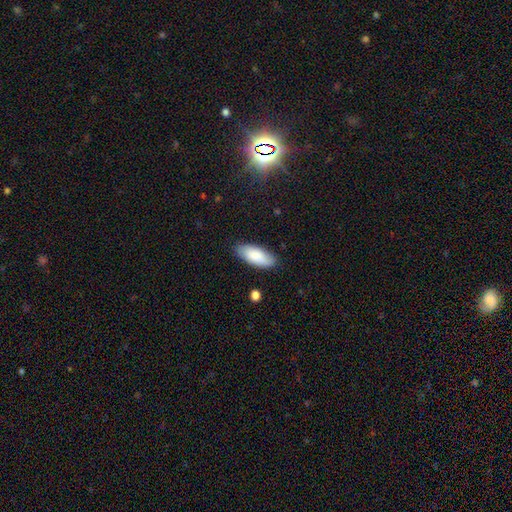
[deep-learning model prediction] Smooth or featured: smooth — 85% (featured or disk — 9%)
How rounded: in between — 83% (cigar-shaped — 16%)
Merging: none — 84% (minor disturbance — 12%)